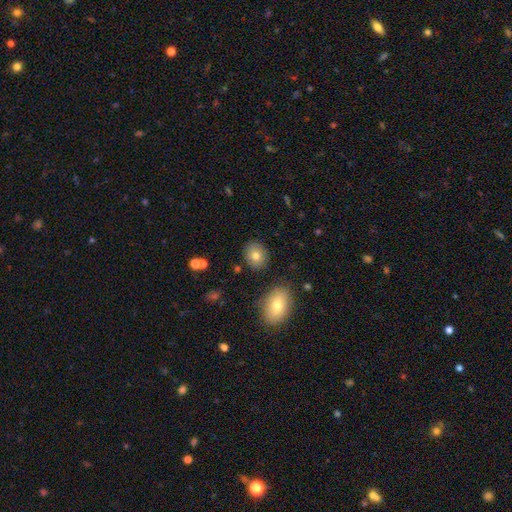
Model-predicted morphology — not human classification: A smooth galaxy with no disk features (79%) that is round (59%).

Vote fractions:
- Smooth or featured? smooth: 79% / featured or disk: 11% / star or artifact: 10%
- How rounded? round: 59% / in between: 40% / cigar-shaped: 1%
- Merging? none: 85% / minor disturbance: 9% / merger: 4% / major disturbance: 3%